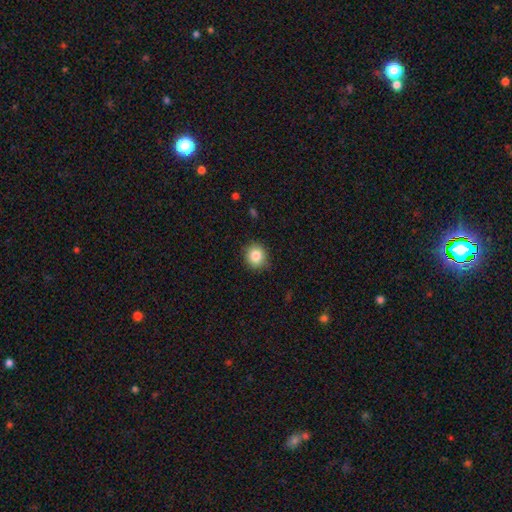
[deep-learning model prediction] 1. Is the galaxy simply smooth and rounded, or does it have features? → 85% smooth, 9% star or artifact, 6% featured or disk.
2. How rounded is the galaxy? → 86% round, 13% in between, 1% cigar-shaped.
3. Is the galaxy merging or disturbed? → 88% none, 9% minor disturbance, 2% major disturbance, 1% merger.